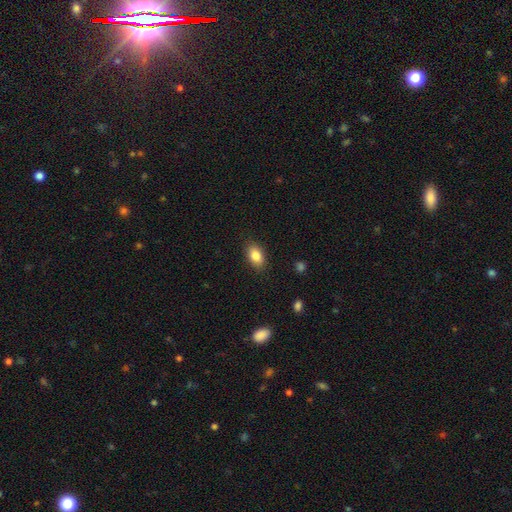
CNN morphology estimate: This appears to be a smooth galaxy with no disk features (85%) that is in between round and cigar-shaped (89%). Merging: none (87%).